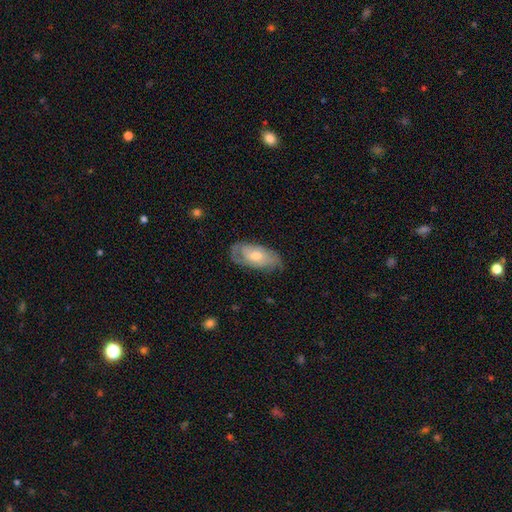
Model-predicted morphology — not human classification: Smooth or featured? featured or disk (60%)
Edge-on disk? no (89%)
Bar? no (68%)
Spiral arms? yes (77%)
Bulge size? moderate (64%)
Merging? none (70%)